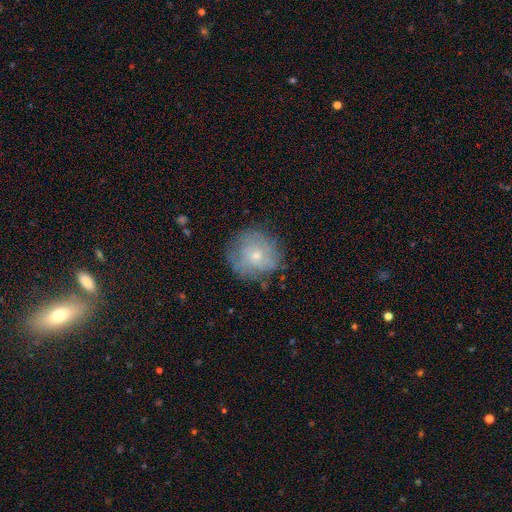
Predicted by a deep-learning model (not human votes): smooth 56%, featured or disk 35%, star or artifact 9%. Down the decision tree: how rounded — round (89%); merging — none (74%).